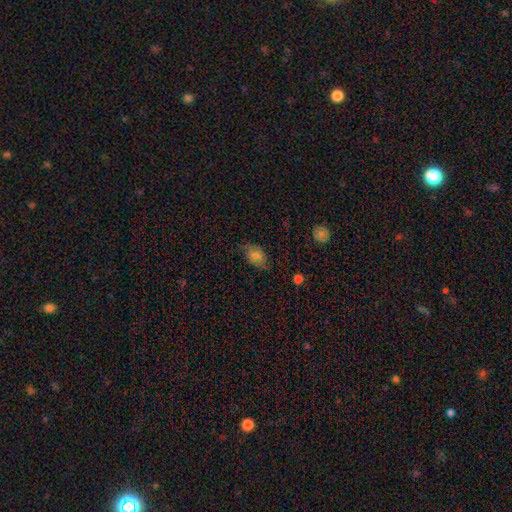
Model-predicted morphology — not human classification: Smooth or featured?
  - smooth: 61% *
  - featured or disk: 29%
  - star or artifact: 10%
How rounded?
  - in between: 81% *
  - round: 17%
  - cigar-shaped: 2%
Merging?
  - none: 65% *
  - minor disturbance: 26%
  - major disturbance: 8%
  - merger: 1%